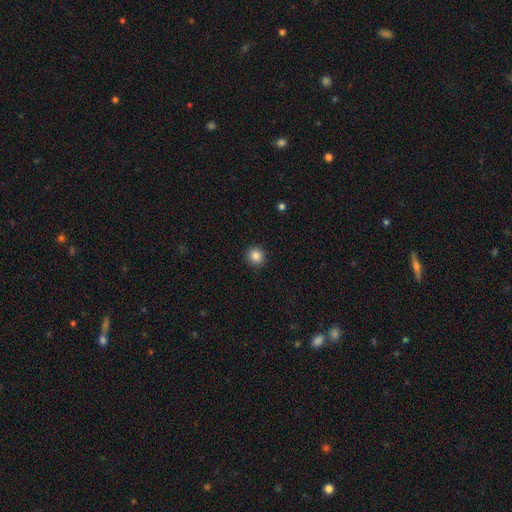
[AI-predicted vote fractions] This is clearly a smooth galaxy (86%). How rounded: clearly round (91%). Merging: clearly none (92%).